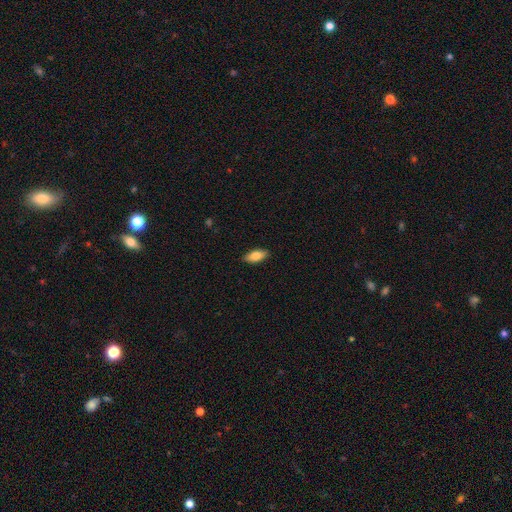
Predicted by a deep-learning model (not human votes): Smooth or featured?
  - smooth: 82% *
  - featured or disk: 12%
  - star or artifact: 6%
How rounded?
  - in between: 83% *
  - cigar-shaped: 14%
  - round: 2%
Merging?
  - none: 89% *
  - minor disturbance: 9%
  - major disturbance: 2%
  - merger: 1%